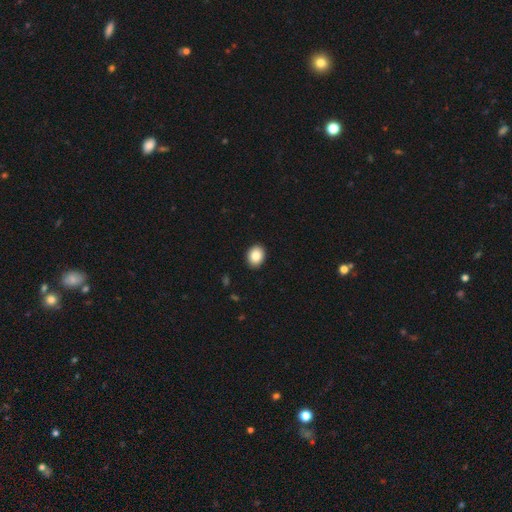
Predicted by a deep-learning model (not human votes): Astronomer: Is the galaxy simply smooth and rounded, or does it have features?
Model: smooth — 86%.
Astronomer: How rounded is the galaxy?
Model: in between — 54% (runner-up: round, 46%).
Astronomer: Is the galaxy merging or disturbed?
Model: none — 92%.